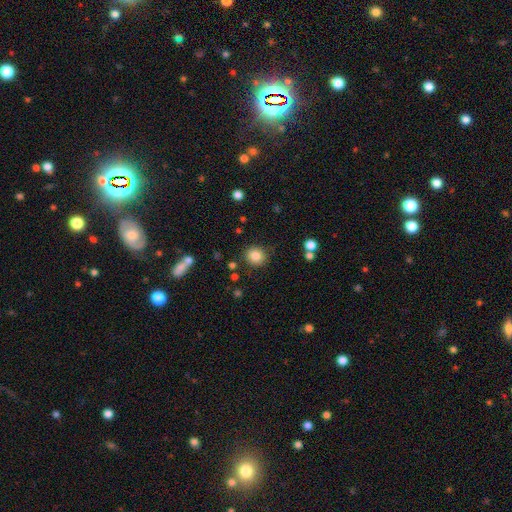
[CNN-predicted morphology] smooth-or-featured: smooth: 84% | star or artifact: 10% | featured or disk: 6%
  how-rounded: round: 86% | in between: 13% | cigar-shaped: 1%
  merging: none: 85% | minor disturbance: 9% | major disturbance: 3% | merger: 3%